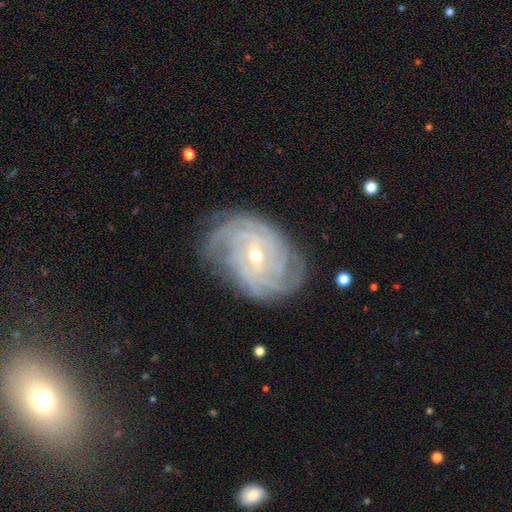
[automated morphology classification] smooth-or-featured: featured or disk: 89% | smooth: 6% | star or artifact: 5%
  disk-edge-on: no: 96% | yes: 4%
    bar: weak: 50% | no: 32% | strong: 17%
    has-spiral-arms: yes: 97% | no: 3%
      spiral-winding: tight: 76% | medium: 20% | loose: 4%
      spiral-arm-count: can't tell: 27% (tied) | 4: 27% (tied) | 3: 16% | more than 4: 13% | 2: 11% | 1: 7%
    bulge-size: small: 53% | moderate: 44% | large: 1% | none: 1% | dominant: 1%
  merging: none: 77% | minor disturbance: 17% | major disturbance: 5% | merger: 1%